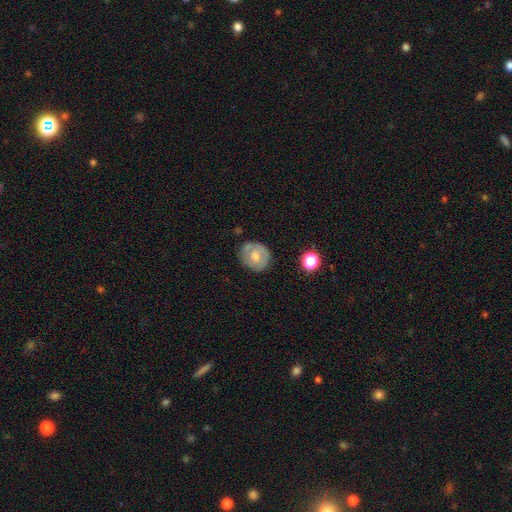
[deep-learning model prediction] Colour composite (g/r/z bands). It shows a smooth galaxy with no disk features (51%) that is round (76%). Merging: none (71%).